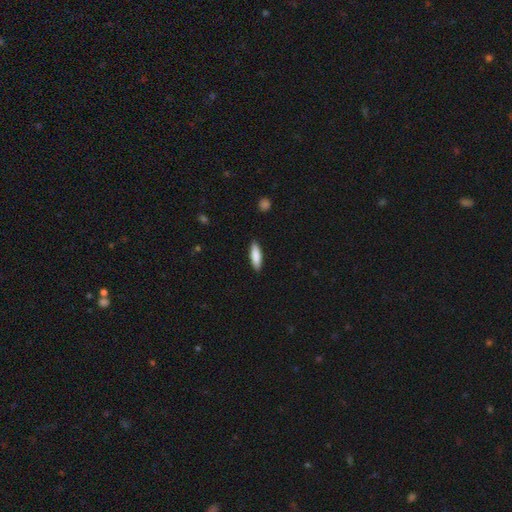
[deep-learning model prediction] The model was most divided on "how rounded": cigar-shaped: 57%, in between: 41%, round: 2%. More confident: merging — none (89%); smooth or featured — smooth (85%).